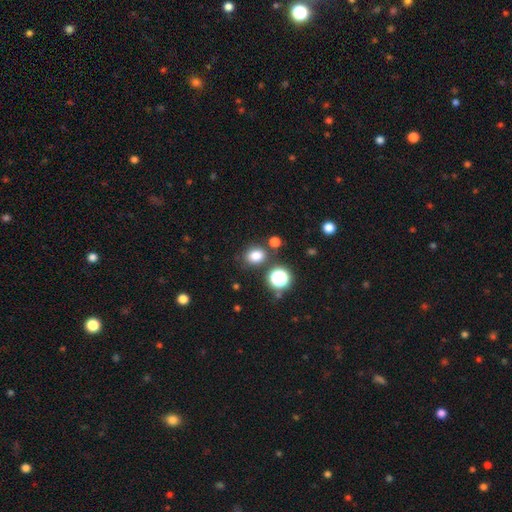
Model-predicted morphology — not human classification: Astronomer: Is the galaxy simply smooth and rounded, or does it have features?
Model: smooth — 79%.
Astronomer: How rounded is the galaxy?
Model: round — 50% (runner-up: in between, 49%).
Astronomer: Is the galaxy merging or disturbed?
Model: none — 76%.